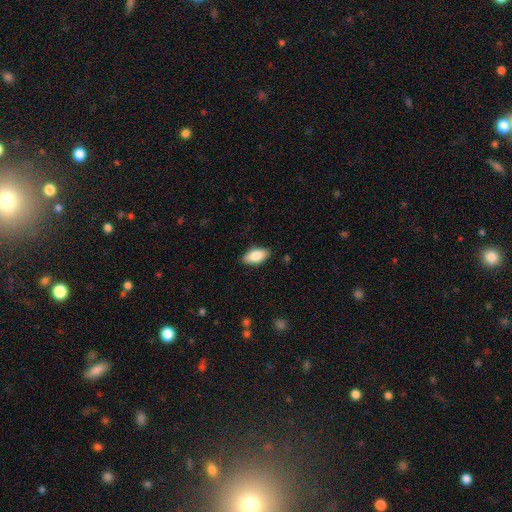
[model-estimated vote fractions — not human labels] Smooth or featured? Predicted: smooth (p=0.86). How rounded? Predicted: in between (p=0.91). Merging? Predicted: none (p=0.86).